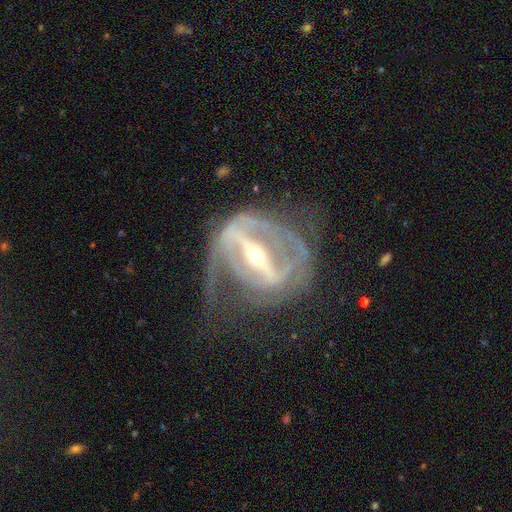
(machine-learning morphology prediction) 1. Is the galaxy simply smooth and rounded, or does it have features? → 89% featured or disk, 6% star or artifact, 5% smooth.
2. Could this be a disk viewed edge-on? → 91% no, 9% yes.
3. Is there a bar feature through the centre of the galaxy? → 82% strong, 14% weak, 5% no.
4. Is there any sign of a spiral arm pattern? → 83% yes, 17% no.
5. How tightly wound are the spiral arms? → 40% tight, 39% medium, 20% loose.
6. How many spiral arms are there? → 58% 2, 19% can't tell, 11% 1, 6% 3, 3% 4, 2% more than 4.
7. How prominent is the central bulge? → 58% small, 38% moderate, 2% large, 1% dominant, 1% none.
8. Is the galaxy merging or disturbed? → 44% none, 34% major disturbance, 20% minor disturbance, 2% merger.